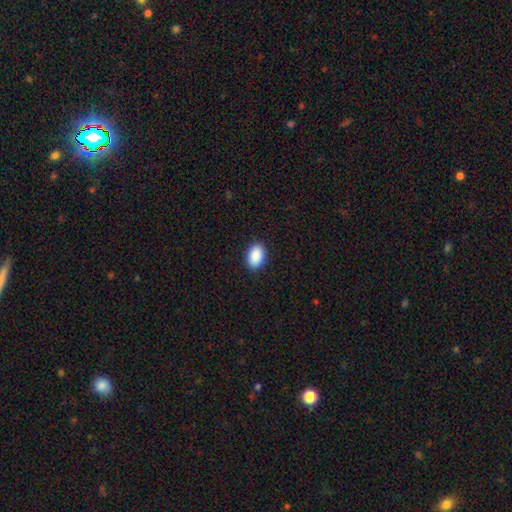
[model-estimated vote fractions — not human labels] smooth_or_featured: smooth (p=0.90) [alt: star or artifact p=0.07]
how_rounded: in between (p=0.89) [alt: round p=0.10]
merging: none (p=0.90) [alt: minor disturbance p=0.07]